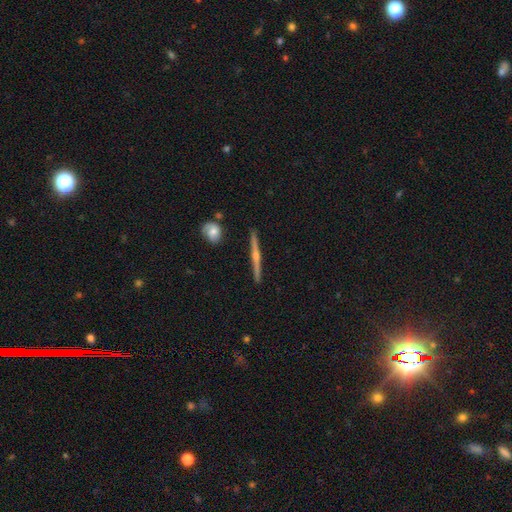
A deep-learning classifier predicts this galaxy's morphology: smooth-or-featured: featured or disk: 76% | smooth: 19% | star or artifact: 6%
  disk-edge-on: yes: 98% | no: 2%
    edge-on-bulge: rounded: 79% | none: 15% | boxy: 6%
  merging: none: 91% | minor disturbance: 6% | merger: 2% | major disturbance: 1%